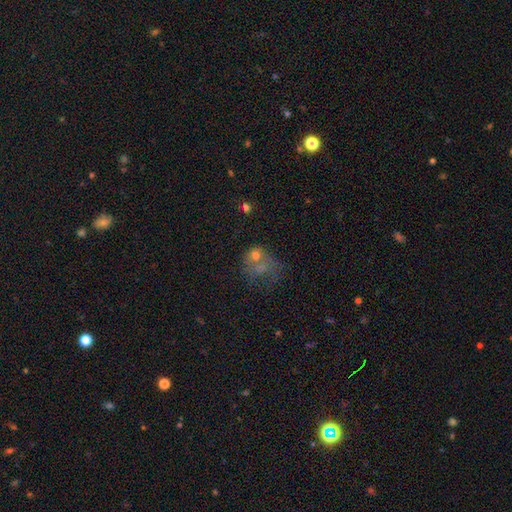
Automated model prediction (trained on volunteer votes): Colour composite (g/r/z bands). It shows a smooth galaxy with no disk features (57%) that is round (55%). Merging: major disturbance (33%, tied with merger).